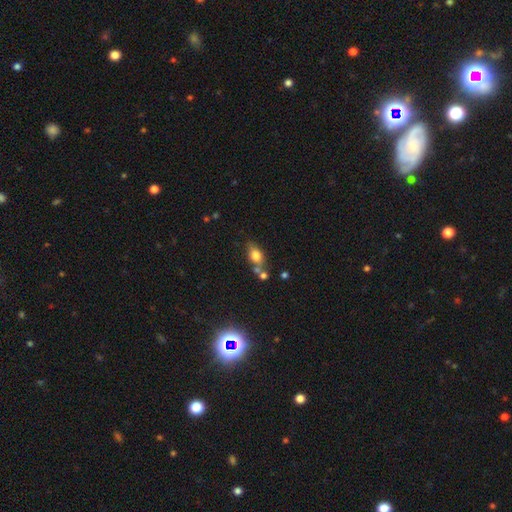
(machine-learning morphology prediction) Smooth or featured: smooth — 74% (featured or disk — 16%)
How rounded: in between — 77% (round — 18%)
Merging: none — 55% (merger — 23%)